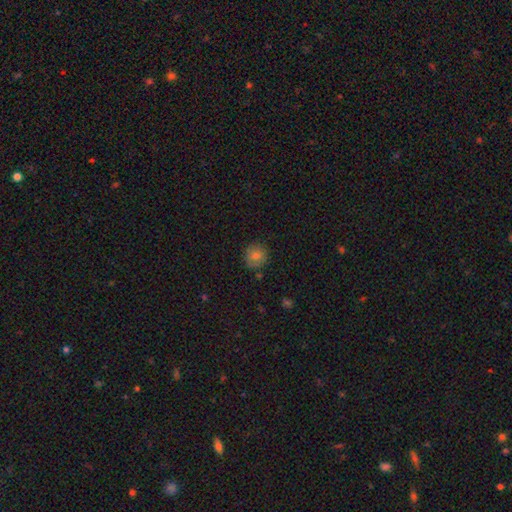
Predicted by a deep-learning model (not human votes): Smooth or featured? smooth (79%)
How rounded? round (90%)
Merging? none (84%)